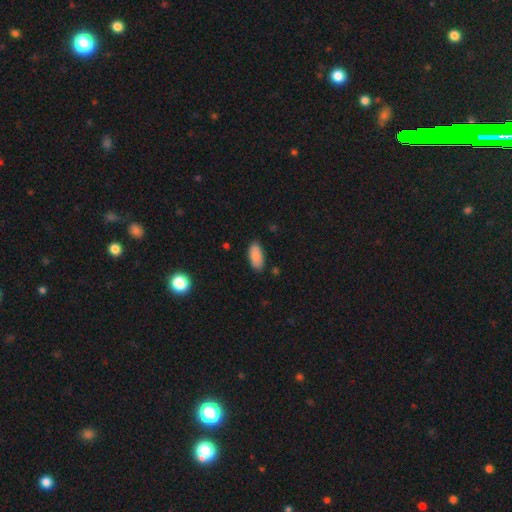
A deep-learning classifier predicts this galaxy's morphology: A smooth galaxy with no disk features (87%) that is in between round and cigar-shaped (91%). Merging: none (85%).